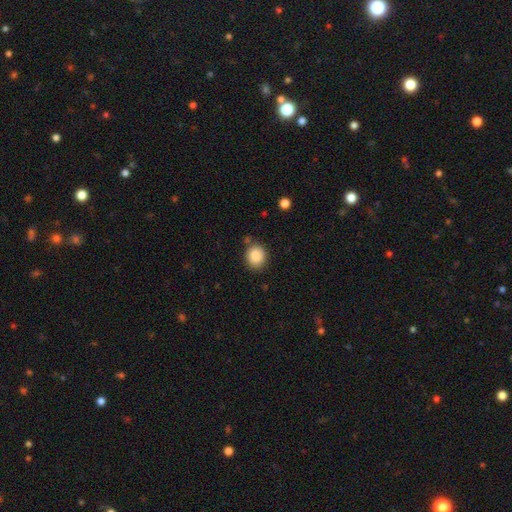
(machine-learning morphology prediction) Smooth or featured: smooth — 87% (star or artifact — 9%)
How rounded: round — 71% (in between — 29%)
Merging: none — 80% (minor disturbance — 12%)